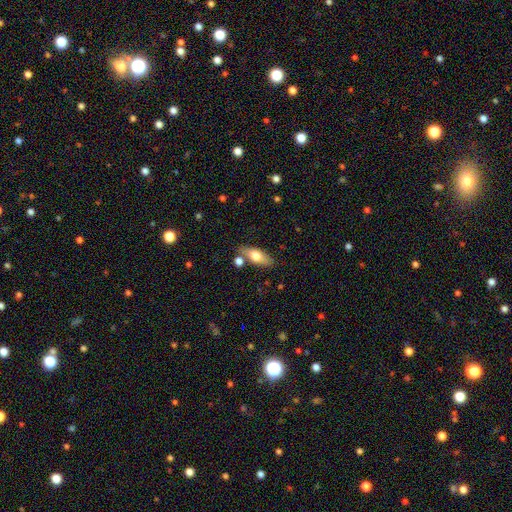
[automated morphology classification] The model was most divided on "smooth or featured": smooth: 66%, featured or disk: 27%, star or artifact: 7%. More confident: merging — none (75%); how rounded — in between (73%).